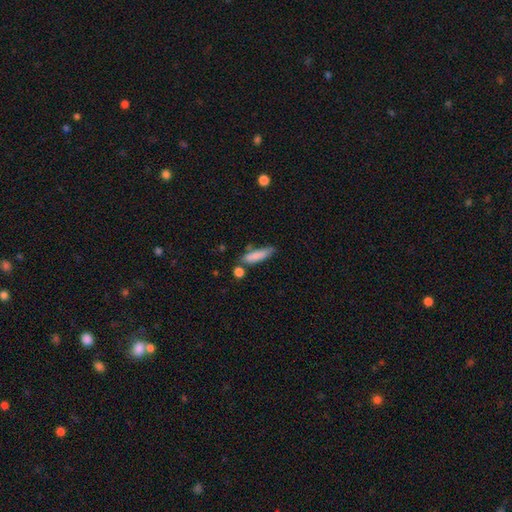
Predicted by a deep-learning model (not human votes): Q: Smooth or featured?
A: smooth (83%); runner-up: featured or disk (11%)
Q: How rounded?
A: cigar-shaped (66%); runner-up: in between (32%)
Q: Merging?
A: none (60%); runner-up: minor disturbance (23%)